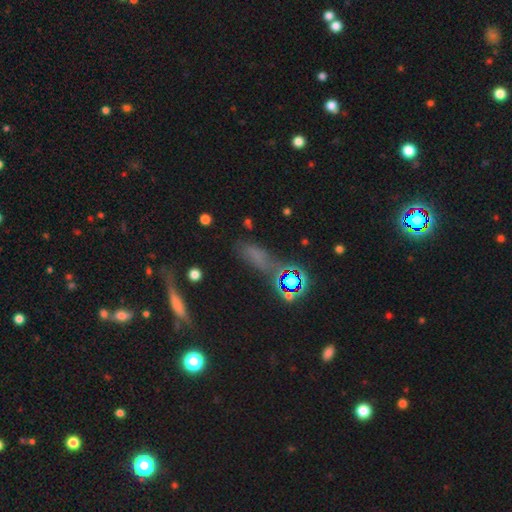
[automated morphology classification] smooth_or_featured: star or artifact (p=0.48) [alt: smooth p=0.35]